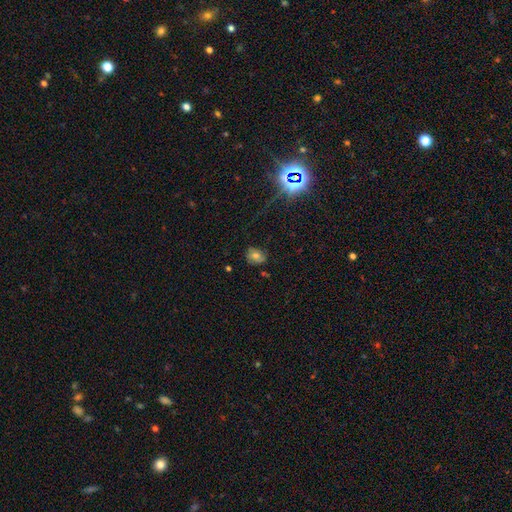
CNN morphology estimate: Smooth or featured?
  - smooth: 59% *
  - featured or disk: 22%
  - star or artifact: 19%
How rounded?
  - in between: 50% *
  - round: 49%
  - cigar-shaped: 1%
Merging?
  - none: 73% *
  - minor disturbance: 19%
  - major disturbance: 6%
  - merger: 2%